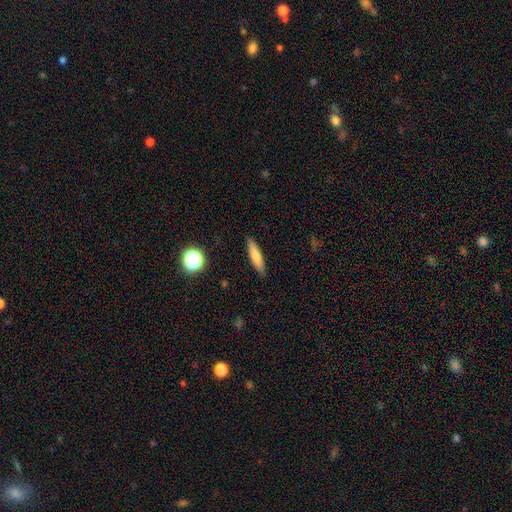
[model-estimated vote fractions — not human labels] smooth_or_featured: smooth (p=0.72) [alt: featured or disk p=0.21]
how_rounded: cigar-shaped (p=0.78) [alt: in between p=0.20]
merging: none (p=0.88) [alt: minor disturbance p=0.09]